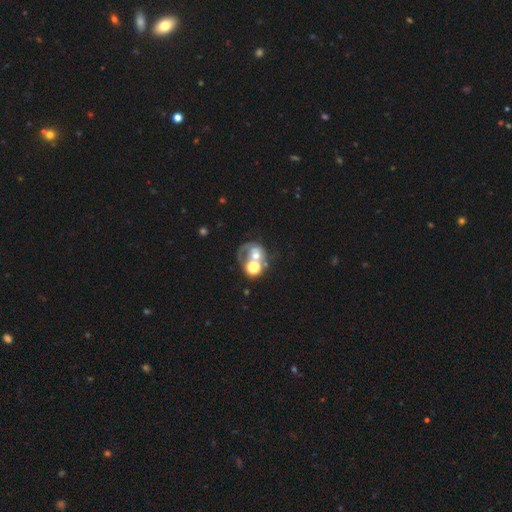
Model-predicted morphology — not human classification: smooth_or_featured: featured or disk (p=0.49) [alt: smooth p=0.34]
merging: merger (p=0.40) [alt: none p=0.26]